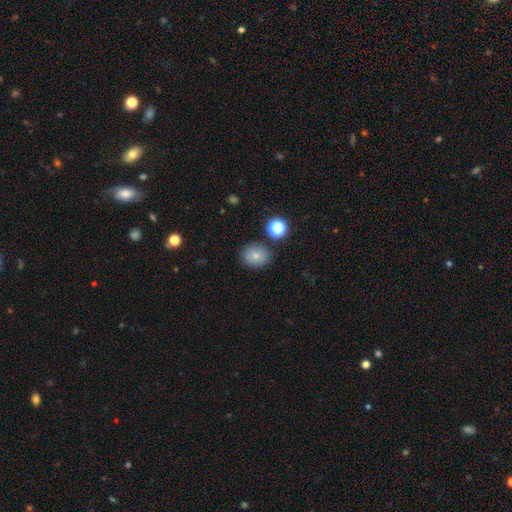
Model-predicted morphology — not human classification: type=smooth (79%); roundness=round (60%); merging=none (82%).